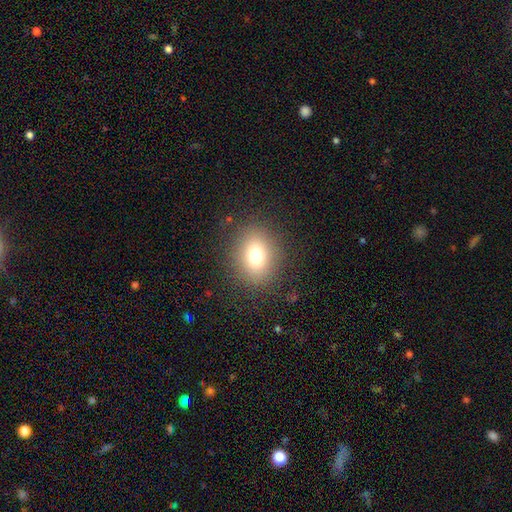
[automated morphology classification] Smooth or featured: smooth — 73% (star or artifact — 16%)
How rounded: round — 60% (in between — 39%)
Merging: none — 86% (minor disturbance — 8%)